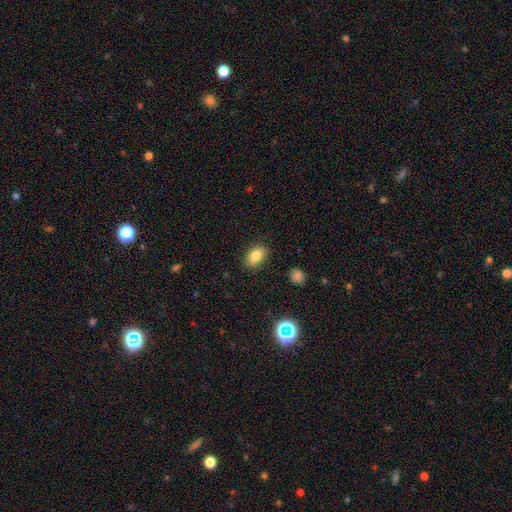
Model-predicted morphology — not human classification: Smooth or featured: smooth — 82% (star or artifact — 9%)
How rounded: in between — 87% (round — 12%)
Merging: none — 86% (minor disturbance — 10%)